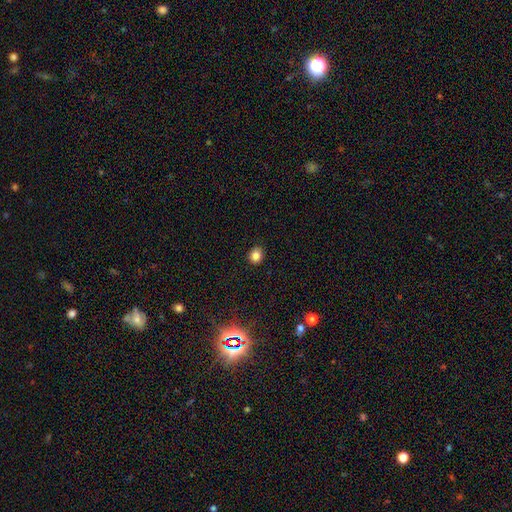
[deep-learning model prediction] The model was most divided on "how rounded": round: 72%, in between: 27%, cigar-shaped: 1%. More confident: merging — none (90%); smooth or featured — smooth (84%).